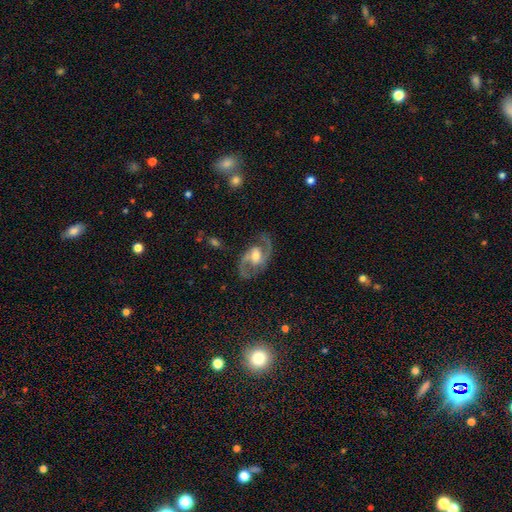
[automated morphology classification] featured or disk 89%, smooth 6%, star or artifact 5%. Down the decision tree: edge-on disk — no (97%); bar — weak (48%); spiral arms — yes (96%); spiral arm count — 2 (93%); spiral winding — medium (60%); bulge size — moderate (66%); merging — none (80%).